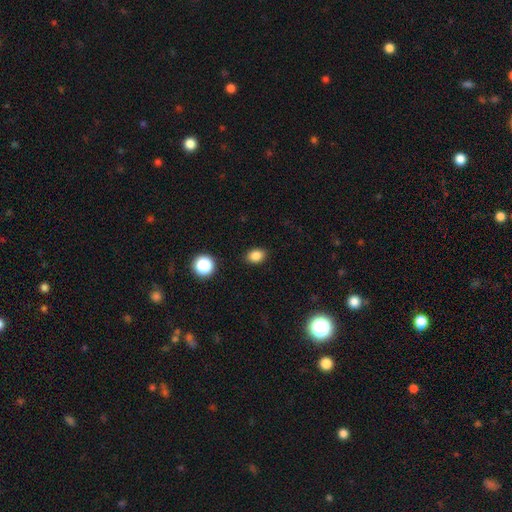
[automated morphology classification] This is clearly a smooth galaxy (84%). How rounded: likely in between (64%). Merging: clearly none (88%).